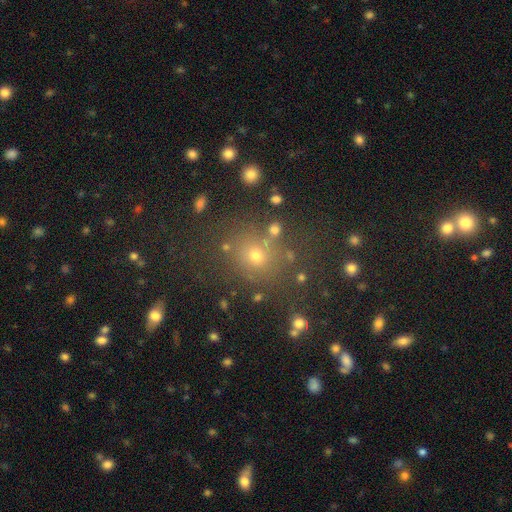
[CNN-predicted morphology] smooth_or_featured: smooth (p=0.65) [alt: star or artifact p=0.23]
how_rounded: round (p=0.73) [alt: in between p=0.26]
merging: none (p=0.74) [alt: minor disturbance p=0.13]